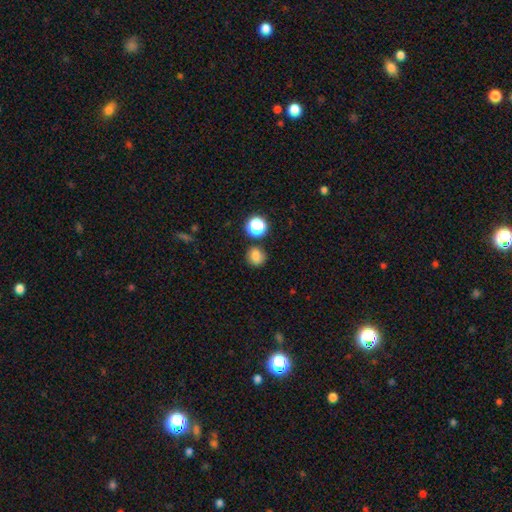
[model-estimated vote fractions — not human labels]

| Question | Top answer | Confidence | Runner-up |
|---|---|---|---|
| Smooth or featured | smooth | 78% | star or artifact (15%) |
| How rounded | round | 79% | in between (20%) |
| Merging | none | 80% | minor disturbance (11%) |